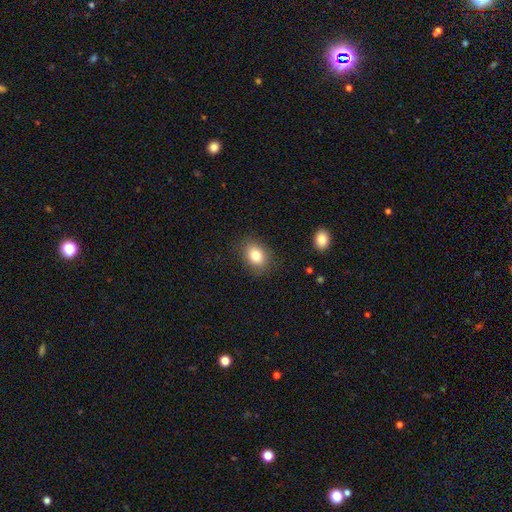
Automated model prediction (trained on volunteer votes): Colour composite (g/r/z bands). It shows a smooth galaxy with no disk features (81%) that is in between round and cigar-shaped (64%). Merging: none (83%).